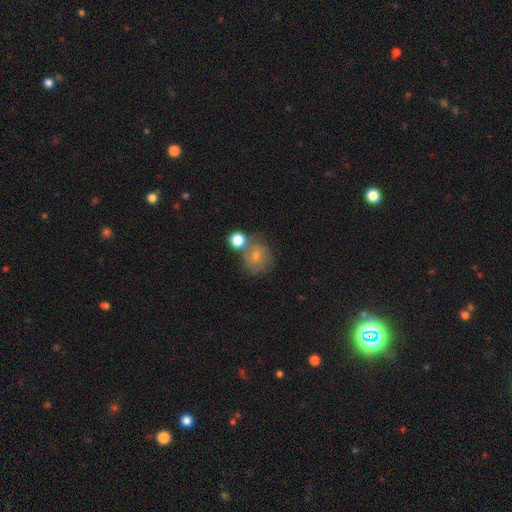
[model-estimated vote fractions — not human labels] smooth-or-featured: smooth: 69% | featured or disk: 20% | star or artifact: 11%
  how-rounded: round: 80% | in between: 19% | cigar-shaped: 1%
  merging: none: 47% | merger: 29% | minor disturbance: 17% | major disturbance: 7%